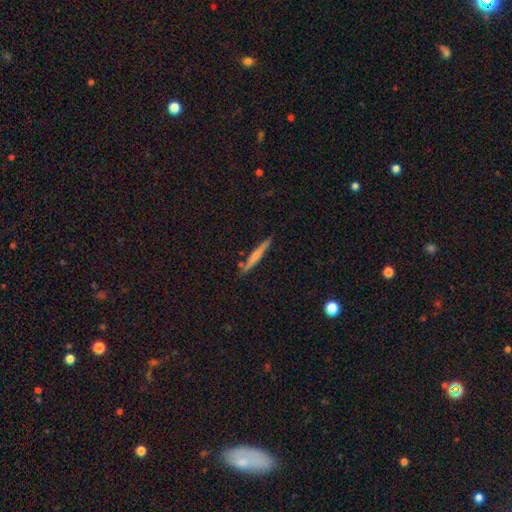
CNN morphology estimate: smooth 56%, featured or disk 38%, star or artifact 6%. Down the decision tree: how rounded — cigar-shaped (95%); merging — none (84%).